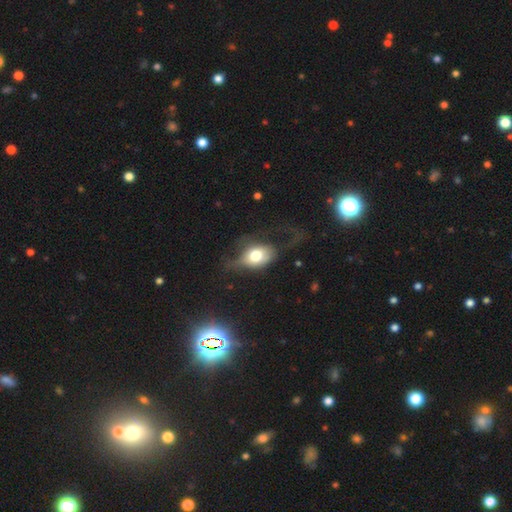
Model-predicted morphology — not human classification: This appears to be a smooth galaxy with no disk features (61%) that is in between round and cigar-shaped (64%). Merging: major disturbance (45%).